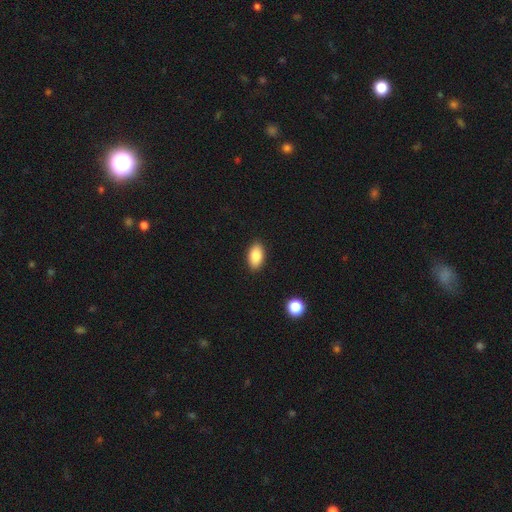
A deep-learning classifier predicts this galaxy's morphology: Smooth or featured: smooth — 86% (star or artifact — 7%)
How rounded: in between — 93% (round — 4%)
Merging: none — 90% (minor disturbance — 7%)